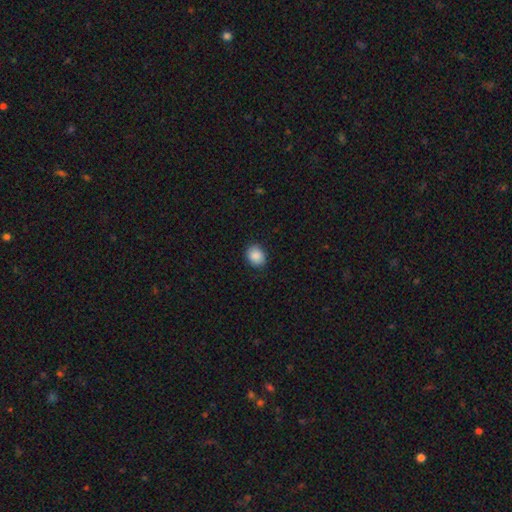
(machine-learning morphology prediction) Smooth or featured? smooth (88%)
How rounded? round (54%)
Merging? none (86%)